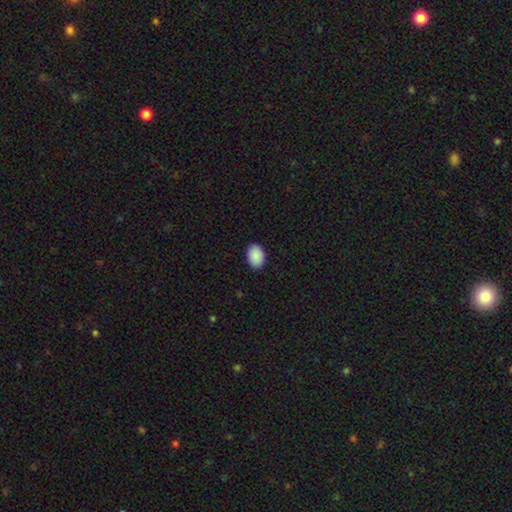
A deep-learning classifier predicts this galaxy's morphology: smooth-or-featured: smooth: 91% | star or artifact: 7% | featured or disk: 2%
  how-rounded: in between: 82% | round: 17% | cigar-shaped: 1%
  merging: none: 90% | minor disturbance: 7% | major disturbance: 2% | merger: 1%